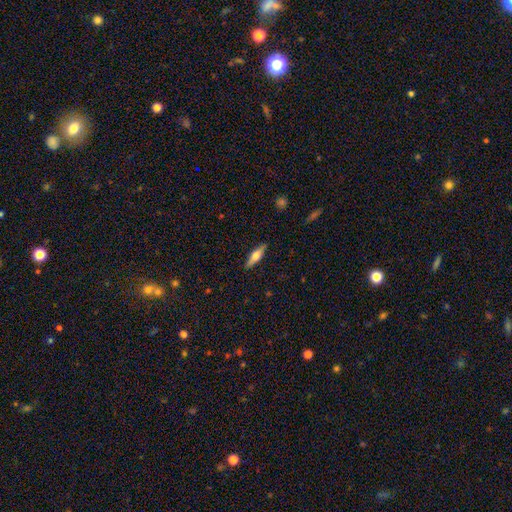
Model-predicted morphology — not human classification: This is possibly a smooth galaxy (53%). How rounded: likely cigar-shaped (63%). Merging: clearly none (89%).